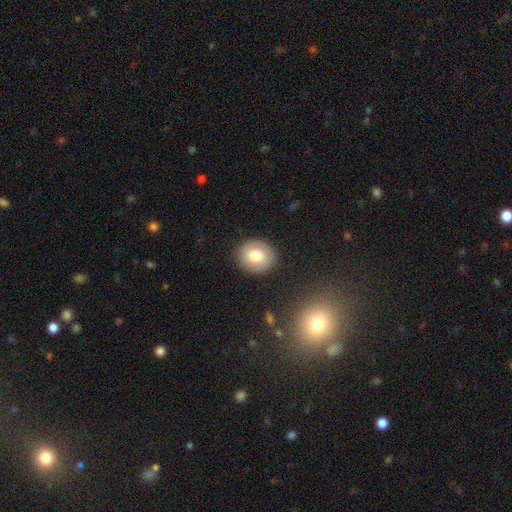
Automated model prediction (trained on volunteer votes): smooth-or-featured: smooth: 73% | featured or disk: 19% | star or artifact: 8%
  how-rounded: round: 76% | in between: 23% | cigar-shaped: 1%
  merging: none: 88% | minor disturbance: 8% | major disturbance: 3% | merger: 1%